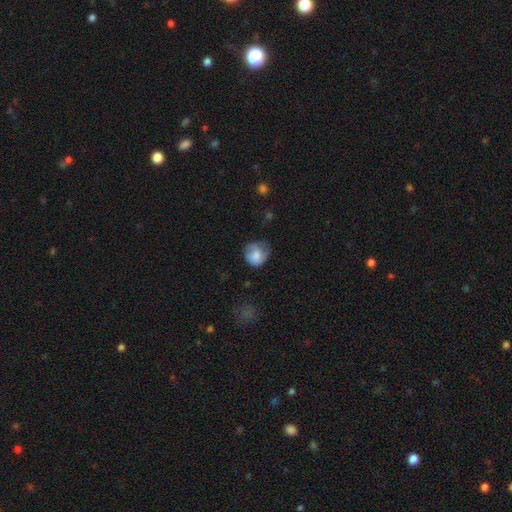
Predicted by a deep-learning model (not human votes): Smooth or featured? smooth (70%)
How rounded? round (76%)
Merging? none (45%)